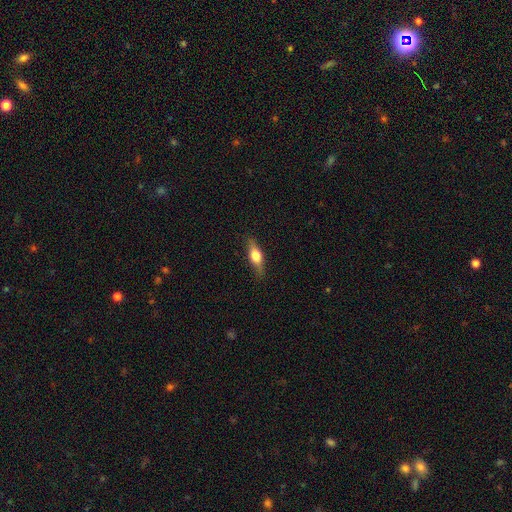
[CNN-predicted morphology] A featured or disk galaxy (48%).

Vote fractions:
- Smooth or featured? featured or disk: 48% / smooth: 45% / star or artifact: 7%
- Merging? none: 85% / minor disturbance: 11% / major disturbance: 3% / merger: 1%